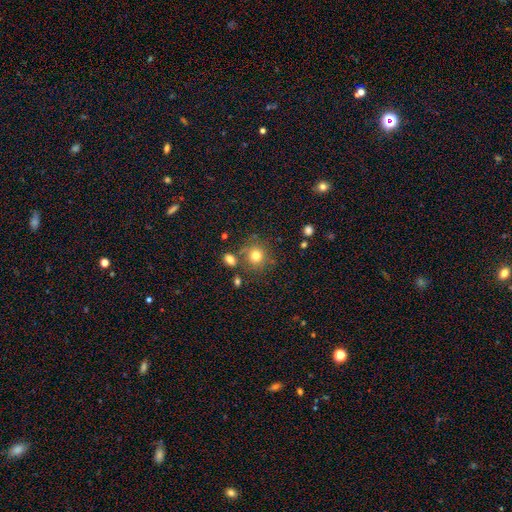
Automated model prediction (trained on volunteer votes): smooth 77%, star or artifact 13%, featured or disk 10%. Down the decision tree: how rounded — round (88%); merging — none (72%).